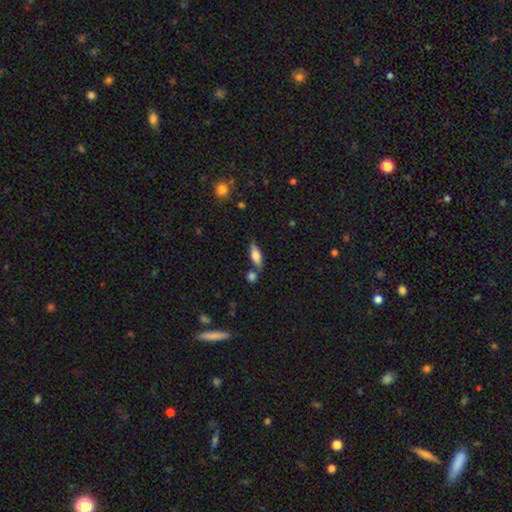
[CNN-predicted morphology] Smooth or featured? Predicted: smooth (p=0.64). How rounded? Predicted: in between (p=0.62). Merging? Predicted: none (p=0.67).